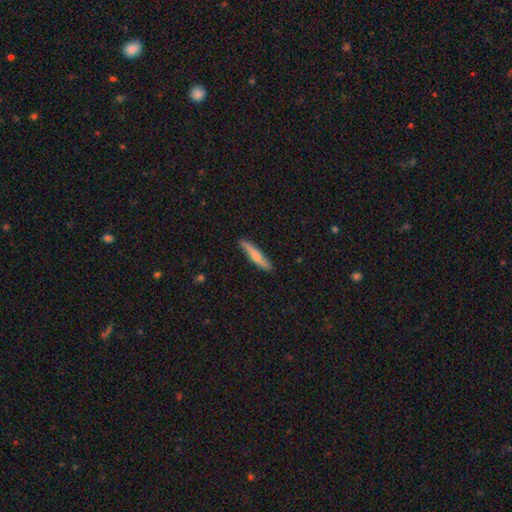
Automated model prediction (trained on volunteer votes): Q: Smooth or featured?
A: smooth (61%); runner-up: featured or disk (34%)
Q: How rounded?
A: cigar-shaped (91%); runner-up: in between (8%)
Q: Merging?
A: none (87%); runner-up: minor disturbance (10%)